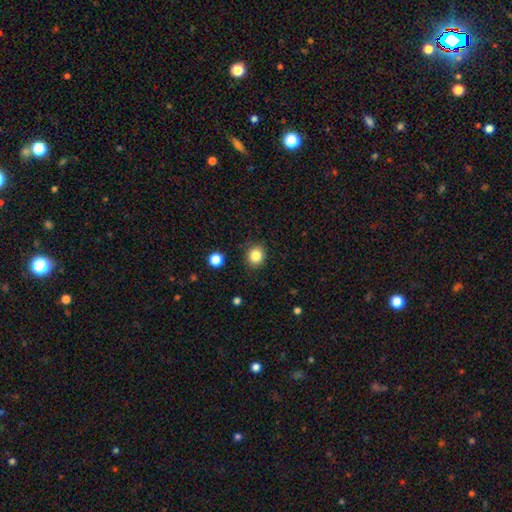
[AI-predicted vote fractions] Morphology: type=smooth (84%); roundness=round (84%); merging=none (88%).